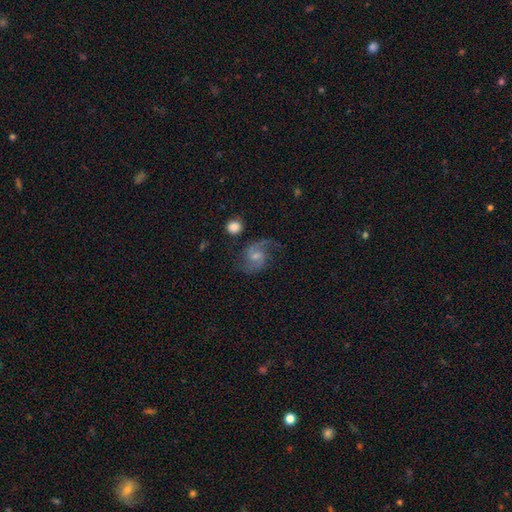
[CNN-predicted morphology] This is clearly a featured or disk galaxy (82%). It is clearly not viewed edge-on (98%). Bar: possibly weak (52%). Spiral arm pattern: clearly yes (96%). Spiral arm count: clearly 2 (90%). Spiral winding: possibly medium (47%). Central bulge: marginally small (44%). Merging: likely none (65%).